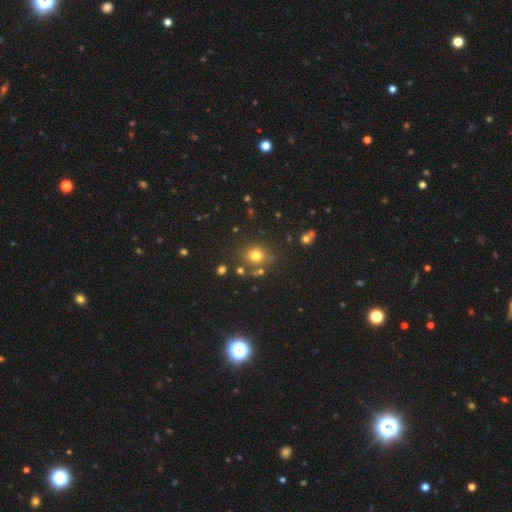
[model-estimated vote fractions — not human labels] Smooth or featured? smooth (73%)
How rounded? round (73%)
Merging? none (74%)